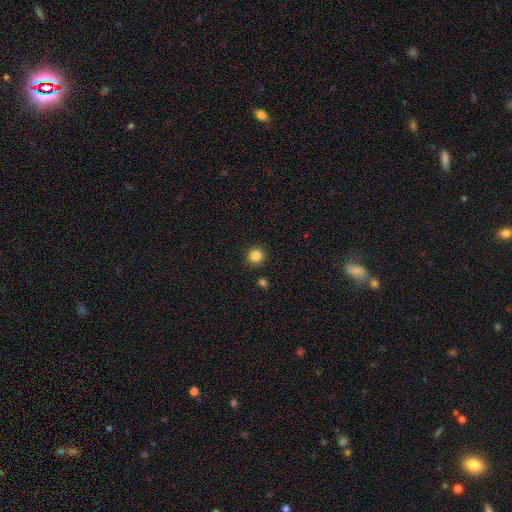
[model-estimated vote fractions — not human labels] Overall: smooth (84%). How rounded: round (95%). Merging: none (92%).